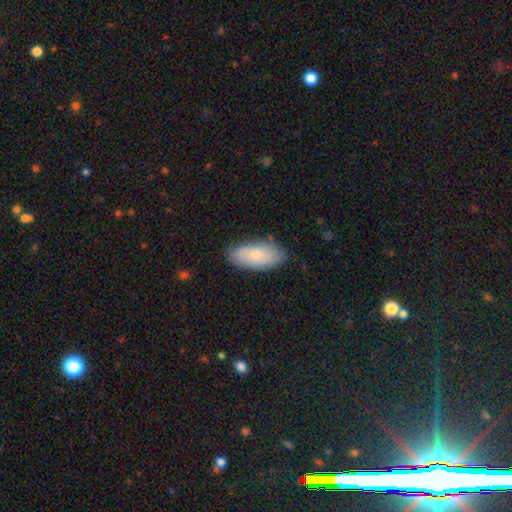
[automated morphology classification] Overall: smooth (74%). How rounded: in between (90%). Merging: none (81%).